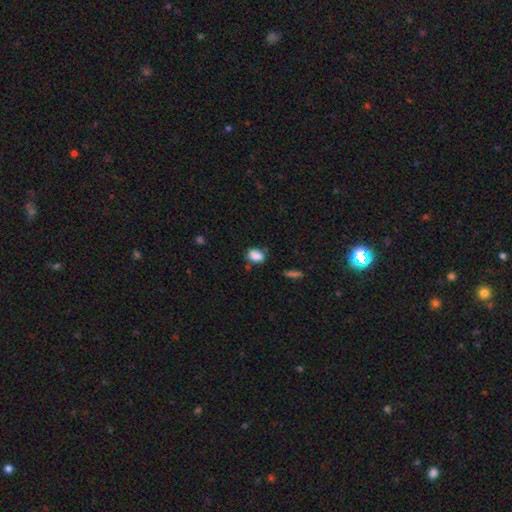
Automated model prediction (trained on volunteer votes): A smooth galaxy with no disk features (86%) that is in between round and cigar-shaped (72%).

Vote fractions:
- Smooth or featured? smooth: 86% / star or artifact: 9% / featured or disk: 5%
- How rounded? in between: 72% / round: 26% / cigar-shaped: 2%
- Merging? none: 66% / minor disturbance: 24% / major disturbance: 5% / merger: 5%